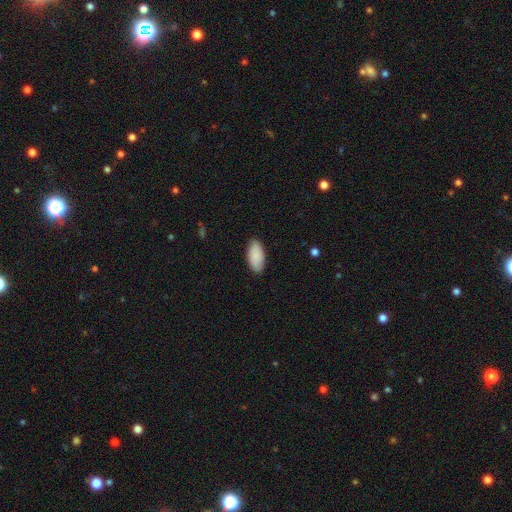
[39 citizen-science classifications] A smooth galaxy with no disk features (97%) that is in between round and cigar-shaped (89%).

Vote fractions:
- Smooth or featured? smooth: 97% / star or artifact: 3% / featured or disk: 0%
- How rounded? in between: 89% / round: 5% / cigar-shaped: 5%
- Merging? none: 95% / minor disturbance: 3% / merger: 3% / major disturbance: 0%